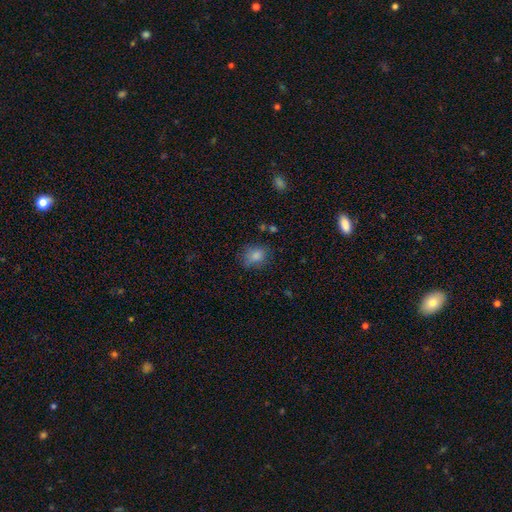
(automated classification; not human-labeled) Smooth or featured? Predicted: smooth (p=0.82). How rounded? Predicted: in between (p=0.53). Merging? Predicted: none (p=0.70).